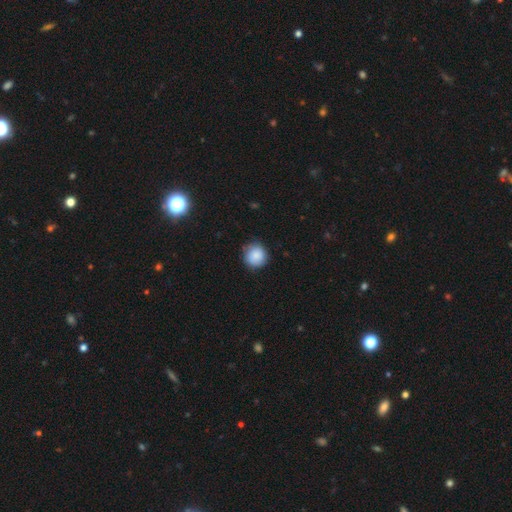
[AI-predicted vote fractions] Q: Smooth or featured?
A: smooth (85%); runner-up: featured or disk (8%)
Q: How rounded?
A: round (91%); runner-up: in between (8%)
Q: Merging?
A: none (81%); runner-up: minor disturbance (15%)